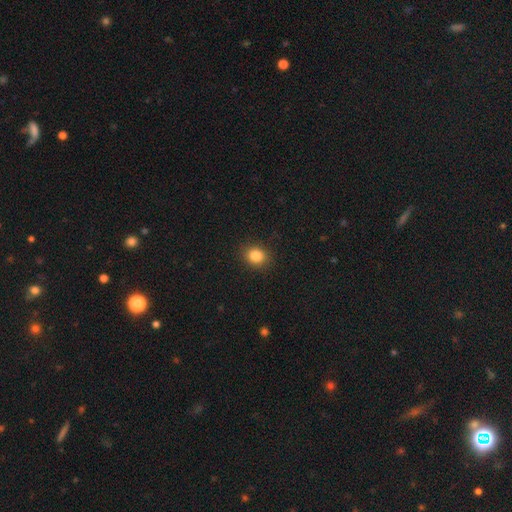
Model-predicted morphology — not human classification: smooth_or_featured: smooth (p=0.85) [alt: star or artifact p=0.11]
how_rounded: round (p=0.68) [alt: in between p=0.31]
merging: none (p=0.89) [alt: minor disturbance p=0.07]